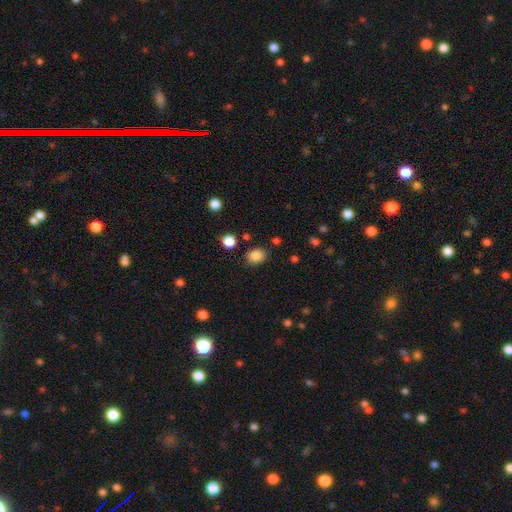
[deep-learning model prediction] Smooth or featured?
  - smooth: 85% *
  - star or artifact: 10%
  - featured or disk: 5%
How rounded?
  - in between: 57% *
  - round: 42%
  - cigar-shaped: 1%
Merging?
  - none: 84% *
  - minor disturbance: 10%
  - merger: 3%
  - major disturbance: 3%